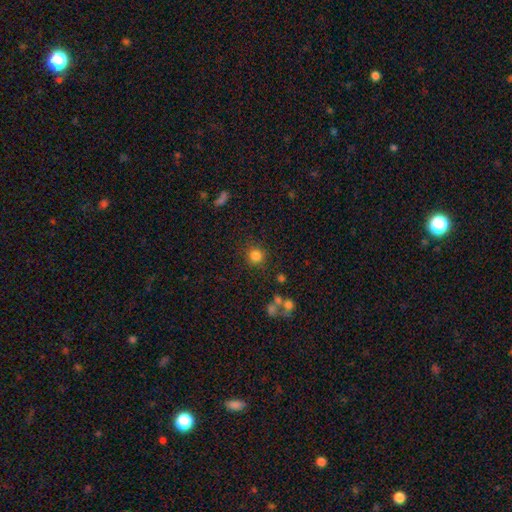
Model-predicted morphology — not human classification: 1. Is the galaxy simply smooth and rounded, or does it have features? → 82% smooth, 13% star or artifact, 5% featured or disk.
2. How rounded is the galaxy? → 93% round, 6% in between, 1% cigar-shaped.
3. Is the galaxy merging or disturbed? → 85% none, 8% minor disturbance, 4% major disturbance, 3% merger.